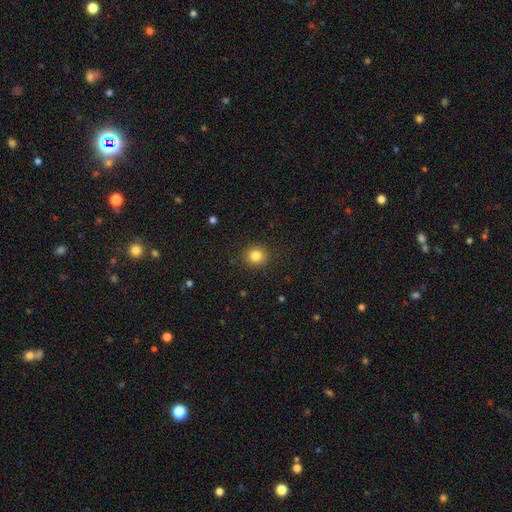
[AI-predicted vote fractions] Smooth or featured? smooth (83%)
How rounded? round (89%)
Merging? none (90%)